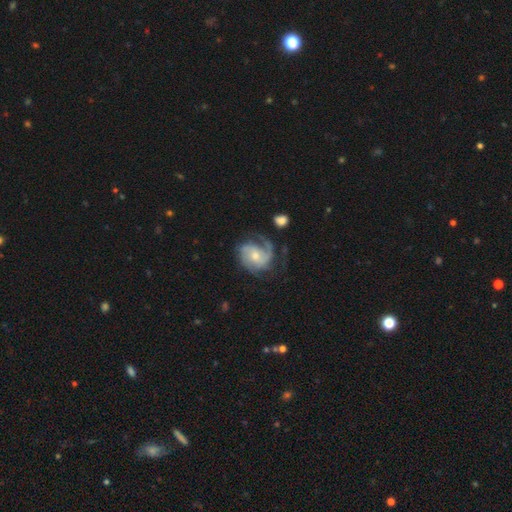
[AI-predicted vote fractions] Smooth or featured: featured or disk — 80% (smooth — 15%)
Edge-on disk: no — 98% (yes — 2%)
Bar: no — 60% (weak — 34%)
Spiral arms: yes — 94% (no — 6%)
Spiral winding: medium — 43% (tight — 33%)
Spiral arm count: 2 — 37% (1 — 23%)
Bulge size: moderate — 47% (small — 46%)
Merging: none — 51% (major disturbance — 24%)